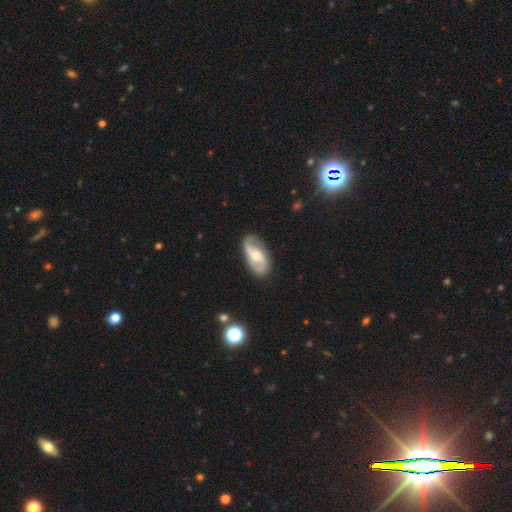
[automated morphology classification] A featured or disk galaxy (75%) with no bar (48%), 2 (88%) medium (43%) spiral arms (92%) and a moderate central bulge (55%).

Vote fractions:
- Smooth or featured? featured or disk: 75% / smooth: 20% / star or artifact: 5%
- Edge-on disk? no: 95% / yes: 5%
- Bar? no: 48% / weak: 40% / strong: 12%
- Spiral arms? yes: 92% / no: 8%
- Spiral winding? medium: 43% / loose: 37% / tight: 20%
- Spiral arm count? 2: 88% / can't tell: 6% / 1: 2% / 3: 1% / 4: 1% / more than 4: 1%
- Bulge size? moderate: 55% / small: 36% / large: 5% / none: 2% / dominant: 1%
- Merging? none: 80% / minor disturbance: 14% / major disturbance: 4% / merger: 1%